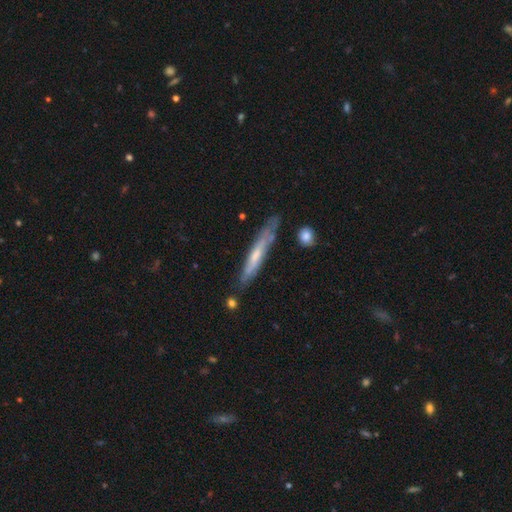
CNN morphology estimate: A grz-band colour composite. It shows a featured or disk galaxy (53%) viewed edge-on (79%). Merging: none (69%).